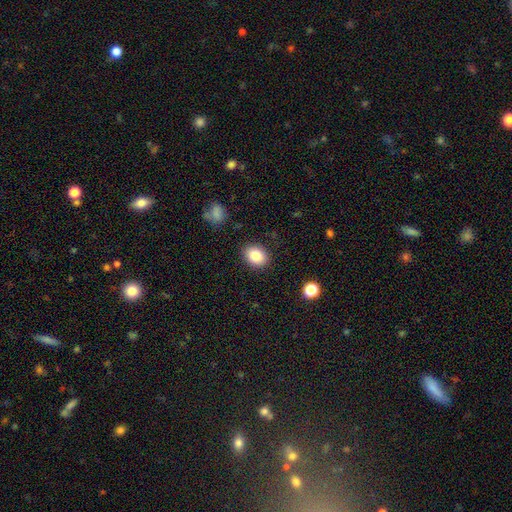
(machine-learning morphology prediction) This is clearly a smooth galaxy (84%). How rounded: possibly in between (53%). Merging: clearly none (87%).